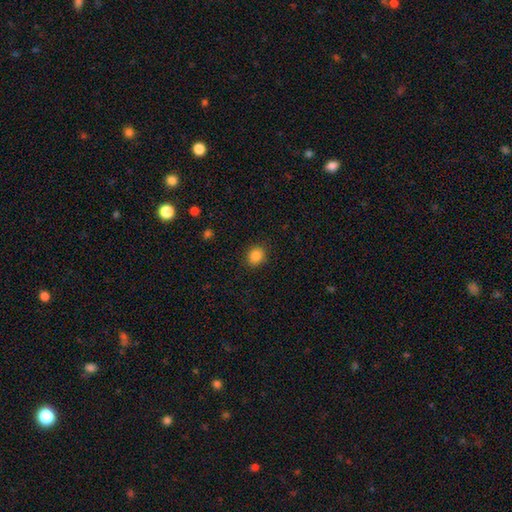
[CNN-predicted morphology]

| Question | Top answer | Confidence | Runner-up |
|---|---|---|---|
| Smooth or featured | smooth | 86% | star or artifact (10%) |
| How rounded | round | 68% | in between (31%) |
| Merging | none | 88% | minor disturbance (8%) |